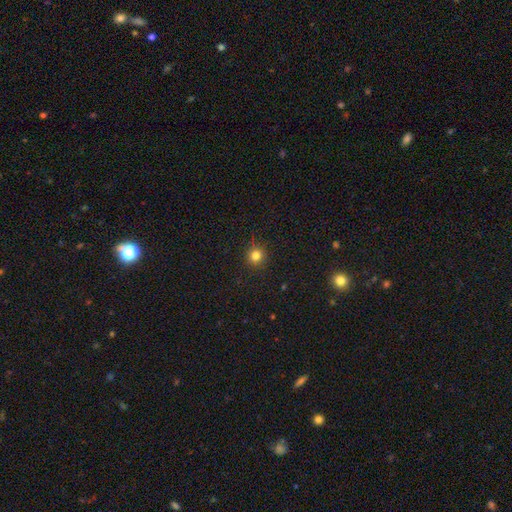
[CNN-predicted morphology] The model was most divided on "smooth or featured": smooth: 81%, star or artifact: 14%, featured or disk: 5%. More confident: how rounded — round (94%); merging — none (91%).